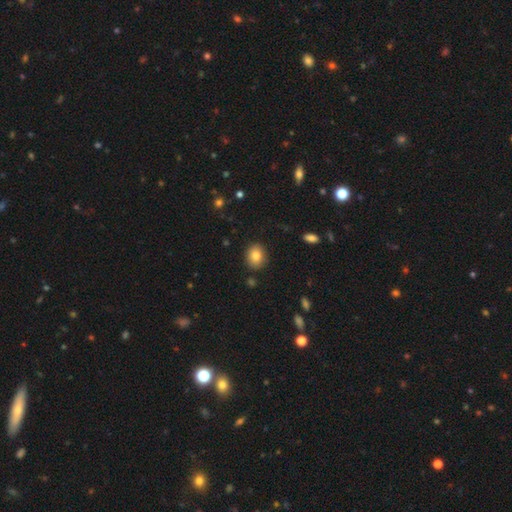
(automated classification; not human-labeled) smooth-or-featured: smooth: 82% | star or artifact: 9% | featured or disk: 8%
  how-rounded: round: 52% | in between: 47% | cigar-shaped: 1%
  merging: none: 88% | minor disturbance: 8% | major disturbance: 2% | merger: 1%